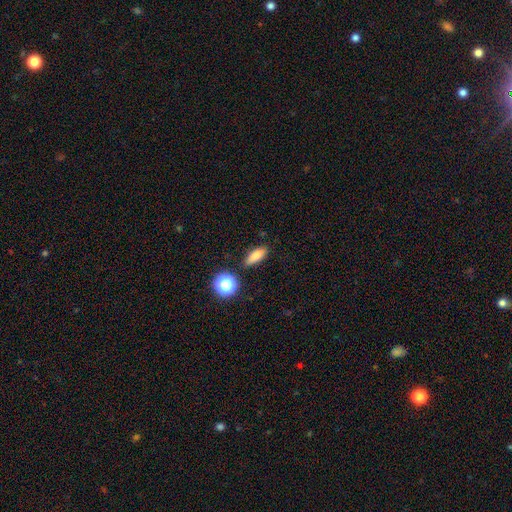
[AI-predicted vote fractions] Smooth or featured? Predicted: smooth (p=0.79). How rounded? Predicted: in between (p=0.59). Merging? Predicted: none (p=0.84).